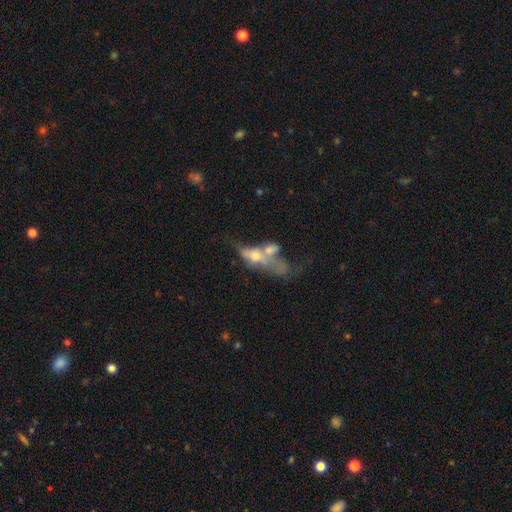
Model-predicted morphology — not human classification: A featured or disk galaxy (52%). Merging: merger (56%).